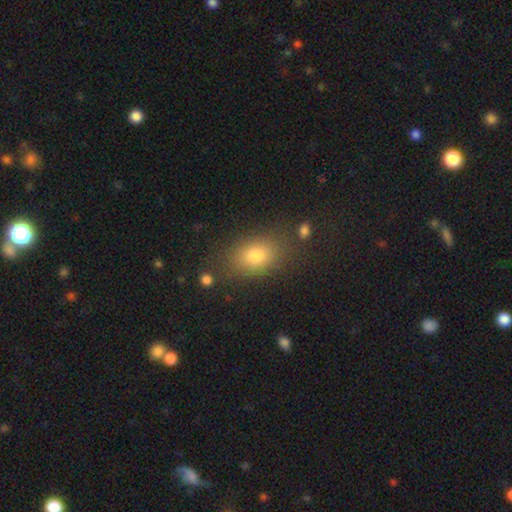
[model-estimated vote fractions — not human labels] smooth 78%, featured or disk 11%, star or artifact 11%. Down the decision tree: how rounded — in between (76%); merging — none (78%).